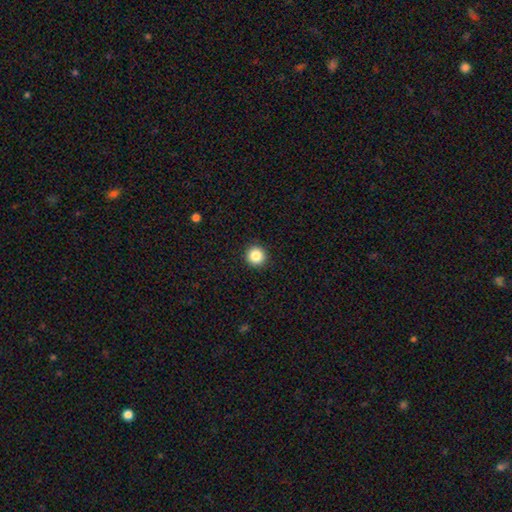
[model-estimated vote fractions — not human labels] Overall: smooth (86%). How rounded: round (95%). Merging: none (93%).